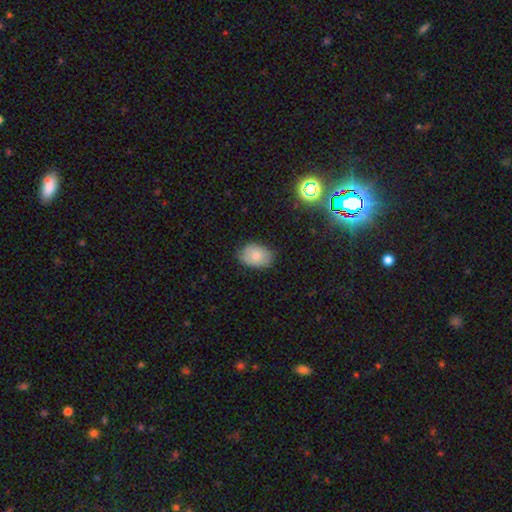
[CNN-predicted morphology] type=smooth (76%); roundness=in between (75%); merging=none (72%).